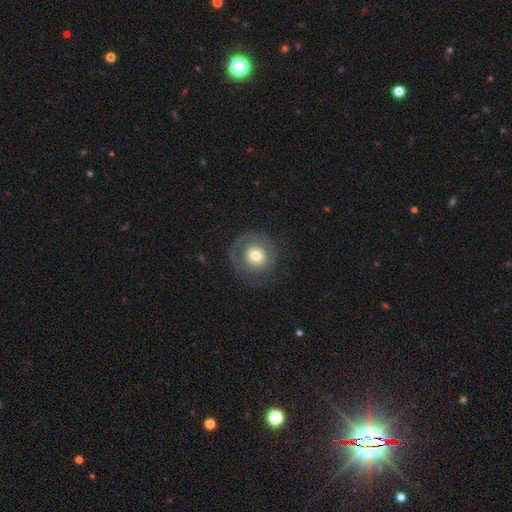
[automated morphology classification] Smooth or featured? Predicted: smooth (p=0.53). How rounded? Predicted: round (p=0.89). Merging? Predicted: none (p=0.67).